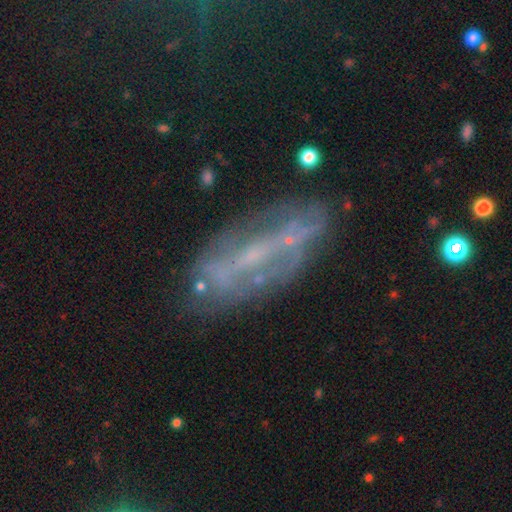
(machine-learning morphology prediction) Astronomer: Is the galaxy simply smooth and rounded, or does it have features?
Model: featured or disk — 65%.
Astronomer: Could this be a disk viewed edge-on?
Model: no — 80%.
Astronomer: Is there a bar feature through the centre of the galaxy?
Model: strong — 35%, tied with weak at 35%.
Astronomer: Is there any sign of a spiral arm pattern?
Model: yes — 59% (runner-up: no, 41%).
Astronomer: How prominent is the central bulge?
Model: small — 58%.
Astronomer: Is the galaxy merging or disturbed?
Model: none — 68%.